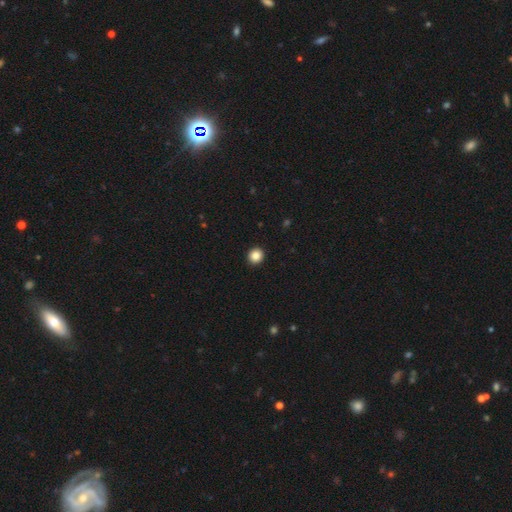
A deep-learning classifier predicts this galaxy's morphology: Overall: smooth (86%). How rounded: round (89%). Merging: none (94%).